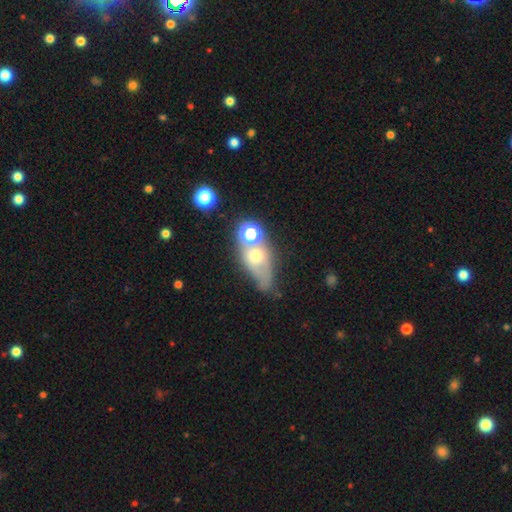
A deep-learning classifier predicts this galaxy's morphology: This appears to be a smooth galaxy with no disk features (50%) that is in between round and cigar-shaped (63%). Merging: none (36%).